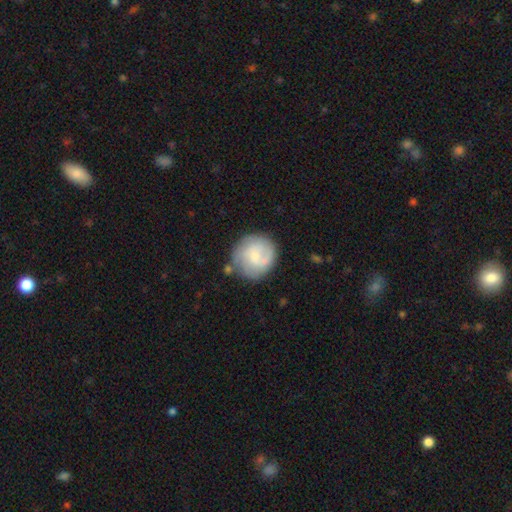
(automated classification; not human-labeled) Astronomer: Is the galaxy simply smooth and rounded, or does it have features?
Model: featured or disk — 49% (runner-up: smooth, 45%).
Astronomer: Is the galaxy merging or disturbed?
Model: none — 68%.